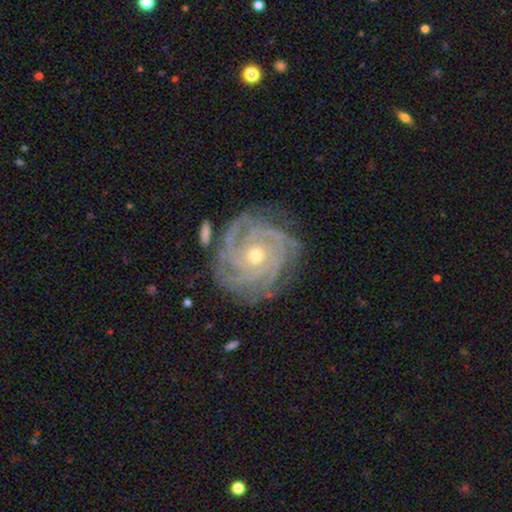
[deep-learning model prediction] Smooth or featured?
  - featured or disk: 89% *
  - star or artifact: 6%
  - smooth: 5%
Edge-on disk?
  - no: 97% *
  - yes: 3%
Bar?
  - no: 80% *
  - weak: 15%
  - strong: 5%
Spiral arms?
  - yes: 97% *
  - no: 3%
Spiral winding?
  - tight: 81% *
  - medium: 16%
  - loose: 3%
Spiral arm count?
  - 4: 26% *
  - can't tell: 23%
  - 3: 21%
  - more than 4: 13%
  - 2: 10%
  - 1: 7%
Bulge size?
  - small: 58% *
  - moderate: 39%
  - large: 1%
  - none: 1%
  - dominant: 1%
Merging?
  - none: 76% *
  - minor disturbance: 16%
  - major disturbance: 6%
  - merger: 2%